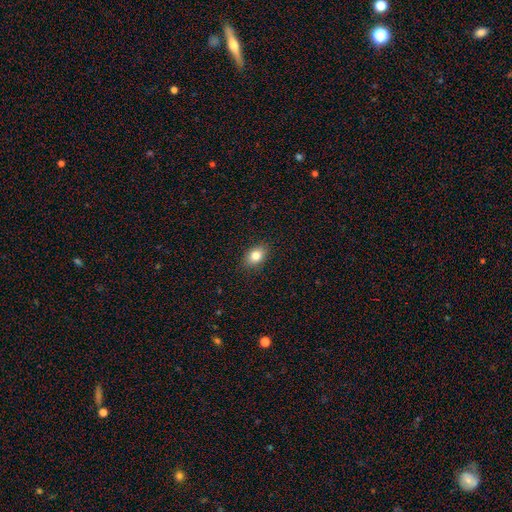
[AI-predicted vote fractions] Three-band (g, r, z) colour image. It shows a smooth galaxy with no disk features (82%) that is in between round and cigar-shaped (74%). Merging: none (88%).